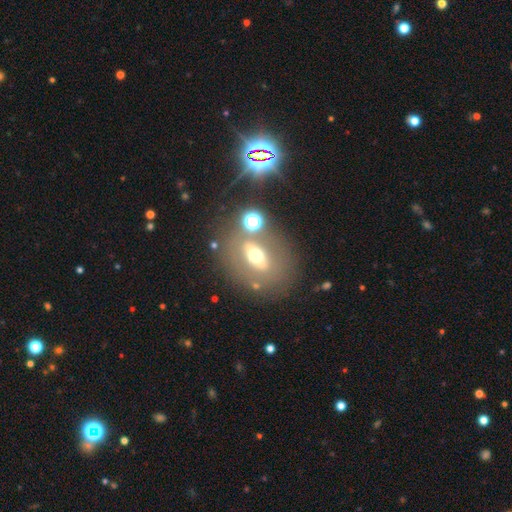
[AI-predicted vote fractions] Smooth or featured?
  - featured or disk: 45% *
  - smooth: 40%
  - star or artifact: 15%
Merging?
  - none: 68% *
  - minor disturbance: 13%
  - merger: 10%
  - major disturbance: 9%